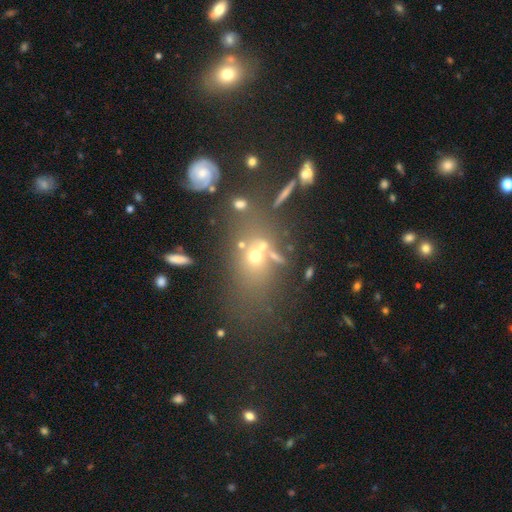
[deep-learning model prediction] Q: Smooth or featured?
A: smooth (44%); runner-up: star or artifact (31%)
Q: Merging?
A: none (46%); runner-up: merger (30%)